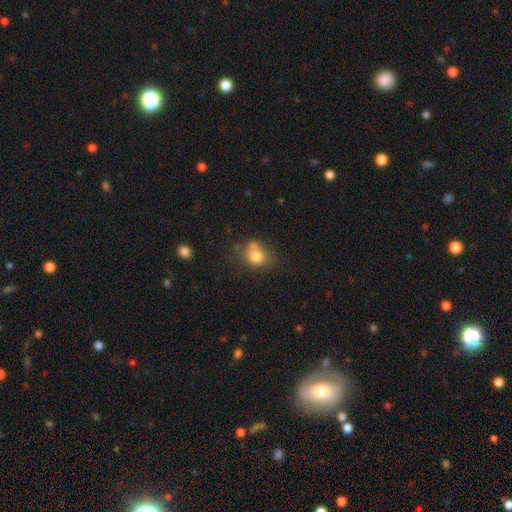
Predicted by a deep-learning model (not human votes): Morphology: type=smooth (78%); roundness=round (62%); merging=none (50%).